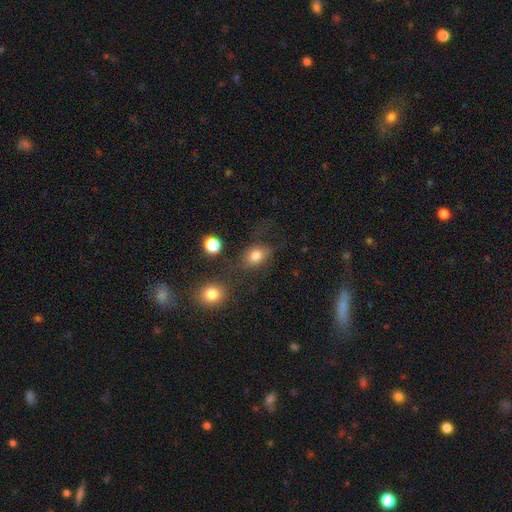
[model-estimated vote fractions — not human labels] smooth_or_featured: smooth (p=0.79) [alt: star or artifact p=0.11]
how_rounded: in between (p=0.65) [alt: round p=0.33]
merging: none (p=0.58) [alt: minor disturbance p=0.20]